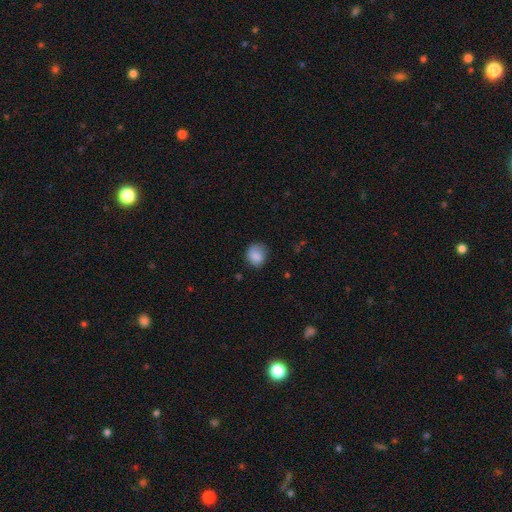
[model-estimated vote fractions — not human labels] Smooth or featured? Predicted: smooth (p=0.85). How rounded? Predicted: round (p=0.74). Merging? Predicted: none (p=0.71).